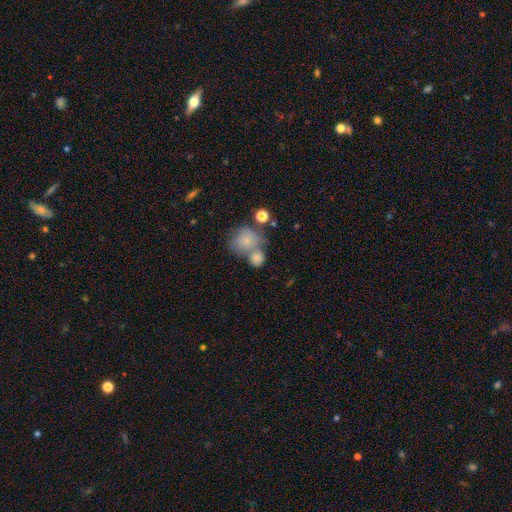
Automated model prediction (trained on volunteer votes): Overall: smooth (76%). How rounded: round (74%). Merging: merger (49%; none 35%).